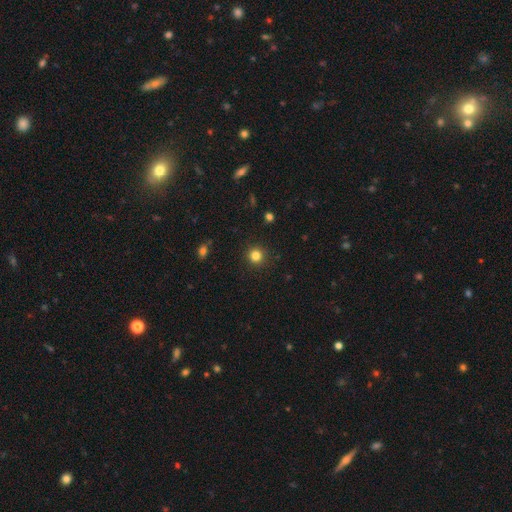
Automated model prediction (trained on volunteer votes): Smooth or featured: smooth — 82% (star or artifact — 13%)
How rounded: round — 94% (in between — 5%)
Merging: none — 92% (minor disturbance — 5%)